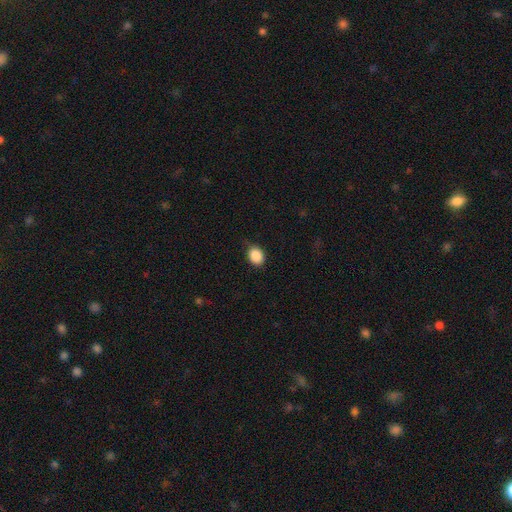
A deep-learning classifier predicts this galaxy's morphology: smooth_or_featured: smooth (p=0.88) [alt: star or artifact p=0.08]
how_rounded: in between (p=0.53) [alt: round p=0.46]
merging: none (p=0.76) [alt: minor disturbance p=0.20]